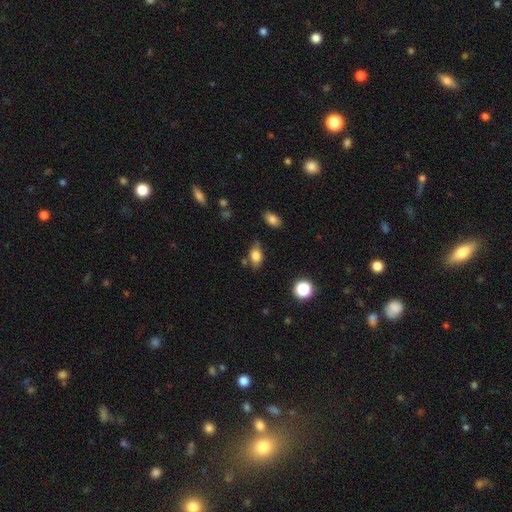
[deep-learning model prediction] Smooth or featured? smooth (81%)
How rounded? in between (83%)
Merging? none (71%)